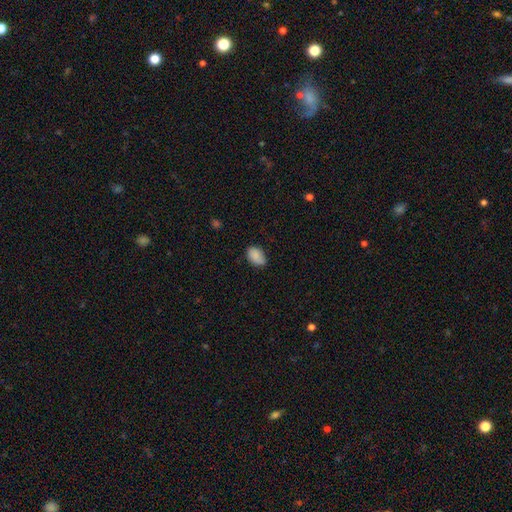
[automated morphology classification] This appears to be a smooth galaxy with no disk features (86%) that is in between round and cigar-shaped (86%). Merging: none (70%).